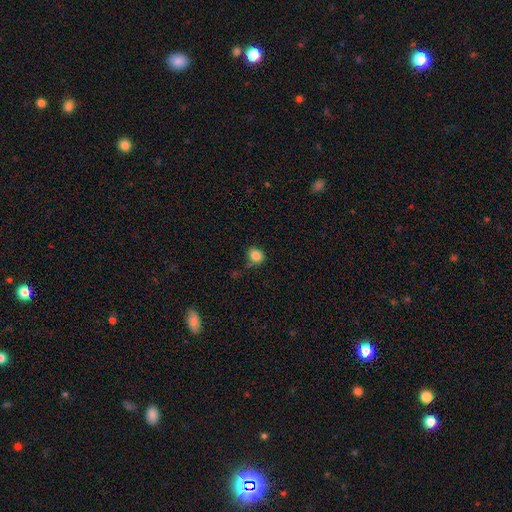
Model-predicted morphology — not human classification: Smooth or featured? smooth (84%)
How rounded? round (64%)
Merging? none (73%)